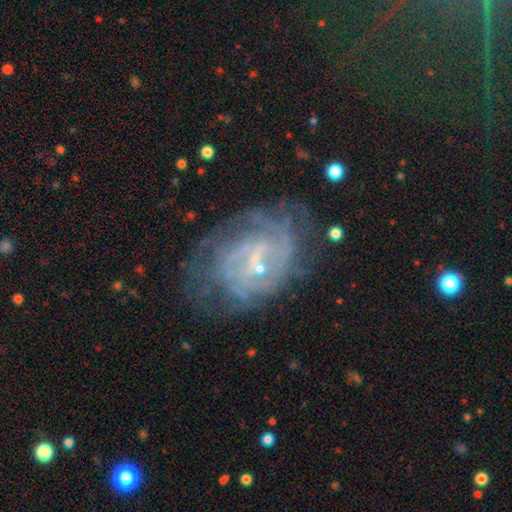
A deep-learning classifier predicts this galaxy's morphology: Q: Smooth or featured?
A: featured or disk (79%); runner-up: smooth (12%)
Q: Edge-on disk?
A: no (97%); runner-up: yes (3%)
Q: Bar?
A: weak (46%); runner-up: no (40%)
Q: Spiral arms?
A: yes (81%); runner-up: no (19%)
Q: Spiral winding?
A: tight (61%); runner-up: medium (28%)
Q: Spiral arm count?
A: can't tell (53%); runner-up: 2 (13%)
Q: Bulge size?
A: small (76%); runner-up: moderate (11%)
Q: Merging?
A: none (58%); runner-up: minor disturbance (22%)